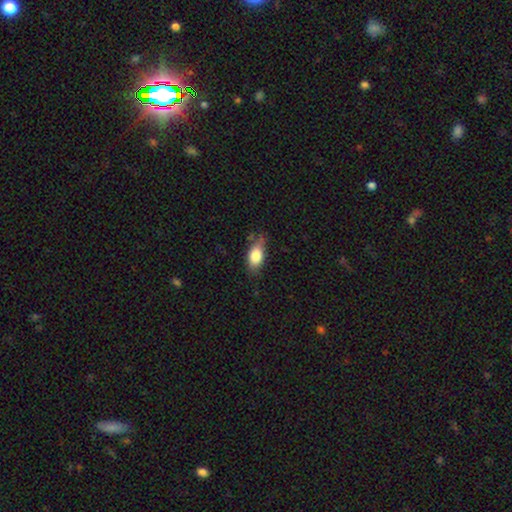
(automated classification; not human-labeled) smooth_or_featured: smooth (p=0.81) [alt: featured or disk p=0.12]
how_rounded: in between (p=0.87) [alt: cigar-shaped p=0.08]
merging: none (p=0.65) [alt: minor disturbance p=0.26]